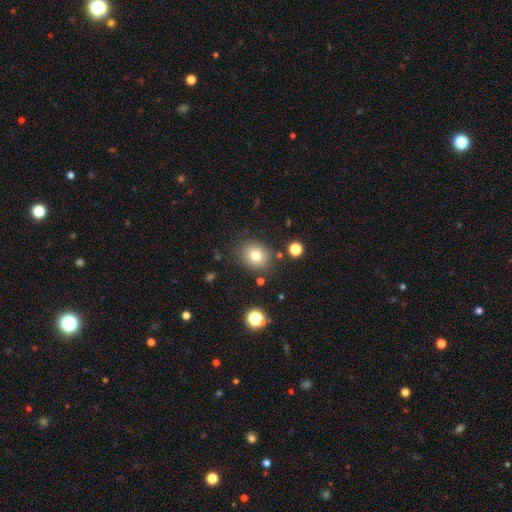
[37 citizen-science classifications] Smooth or featured? 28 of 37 (76%) said smooth. How rounded? 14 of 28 (50%, tied with in between) said round. Merging? 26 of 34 (76%) said none.